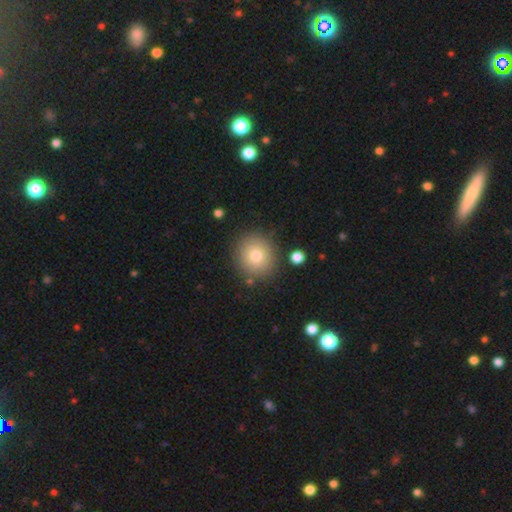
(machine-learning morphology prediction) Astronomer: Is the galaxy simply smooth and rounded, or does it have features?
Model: smooth — 78%.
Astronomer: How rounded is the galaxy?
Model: round — 89%.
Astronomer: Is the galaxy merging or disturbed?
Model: none — 87%.